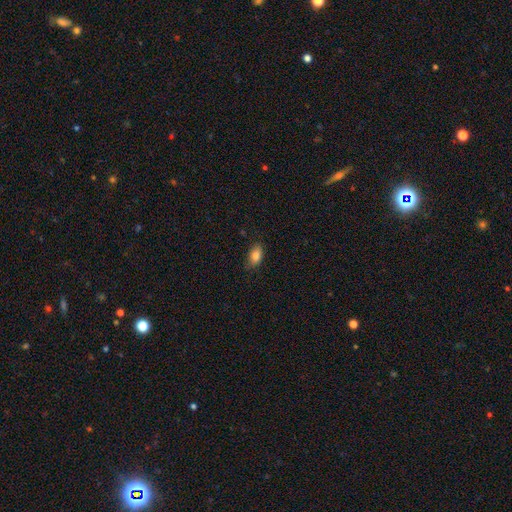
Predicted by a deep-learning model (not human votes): smooth-or-featured: smooth: 84% | star or artifact: 9% | featured or disk: 8%
  how-rounded: in between: 88% | round: 9% | cigar-shaped: 3%
  merging: none: 77% | minor disturbance: 18% | major disturbance: 3% | merger: 1%